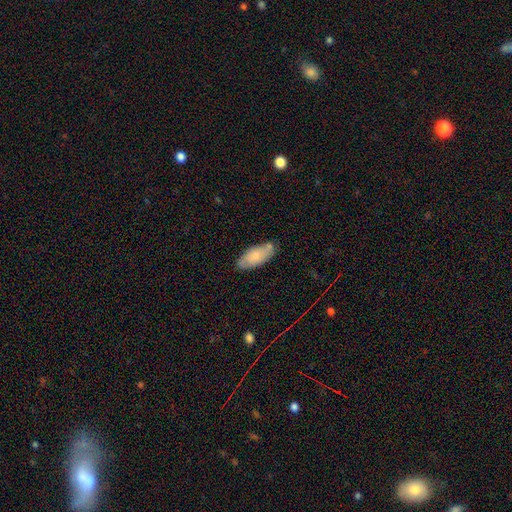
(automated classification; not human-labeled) Smooth or featured: smooth — 72% (featured or disk — 22%)
How rounded: in between — 85% (cigar-shaped — 13%)
Merging: none — 73% (minor disturbance — 19%)